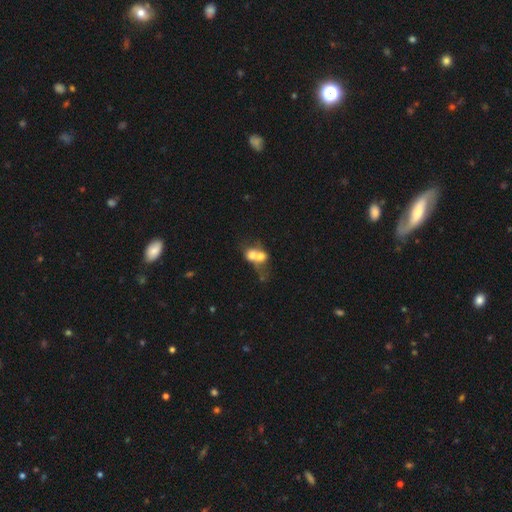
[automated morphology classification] Smooth or featured: smooth — 62% (featured or disk — 26%)
How rounded: round — 63% (in between — 36%)
Merging: merger — 74% (none — 16%)